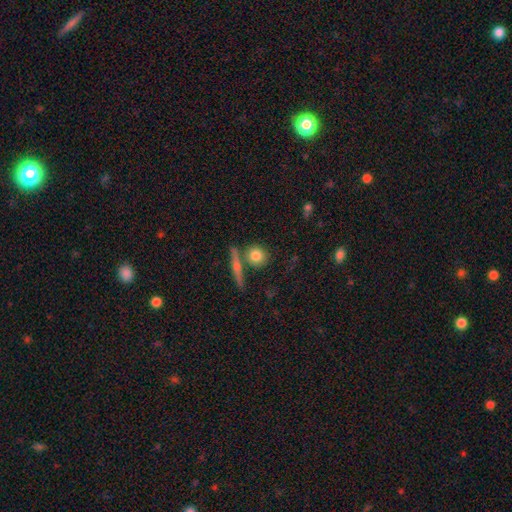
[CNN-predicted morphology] A smooth galaxy with no disk features (77%) that is round (80%).

Vote fractions:
- Smooth or featured? smooth: 77% / featured or disk: 15% / star or artifact: 8%
- How rounded? round: 80% / in between: 14% / cigar-shaped: 6%
- Merging? none: 69% / merger: 17% / minor disturbance: 10% / major disturbance: 3%